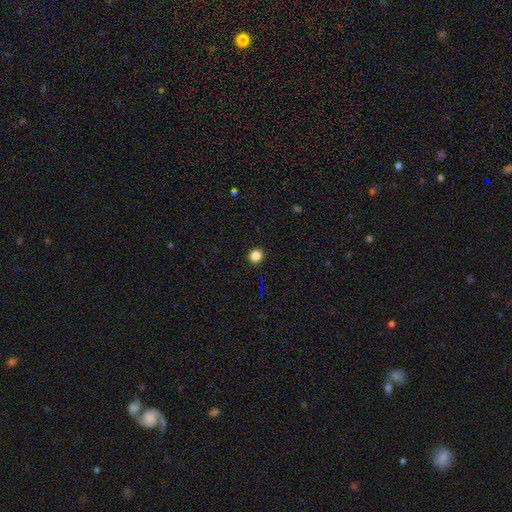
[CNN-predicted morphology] Overall: smooth (84%). How rounded: round (88%). Merging: none (93%).